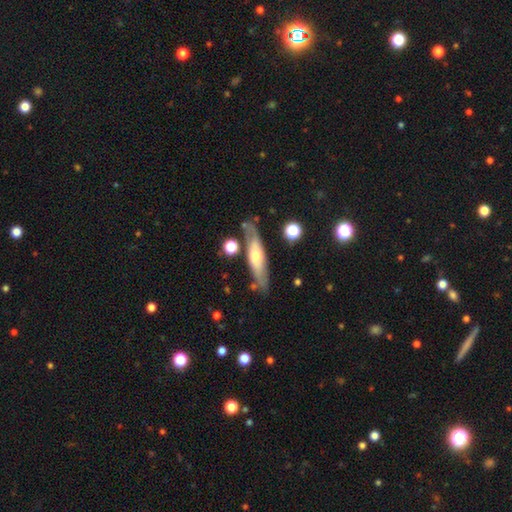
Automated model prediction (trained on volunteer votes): Morphology: type=featured or disk (51%); edge-on=yes (69%); merging=none (76%).